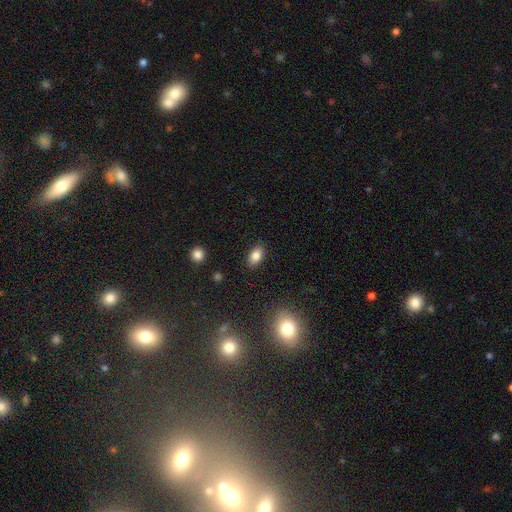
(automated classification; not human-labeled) This is clearly a smooth galaxy (84%). How rounded: clearly in between (90%). Merging: clearly none (87%).